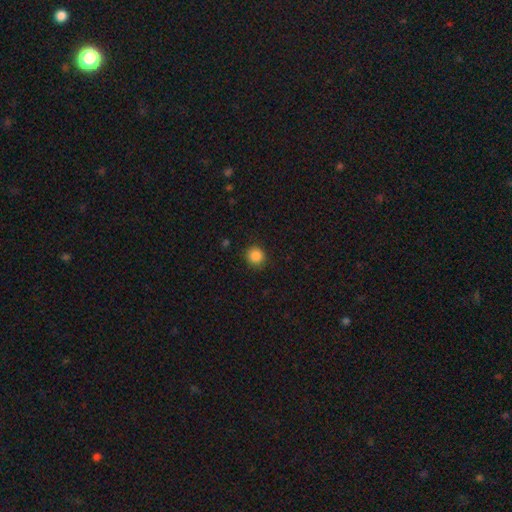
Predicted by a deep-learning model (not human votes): smooth-or-featured: smooth: 87% | star or artifact: 10% | featured or disk: 3%
  how-rounded: round: 92% | in between: 8% | cigar-shaped: 1%
  merging: none: 90% | minor disturbance: 7% | major disturbance: 2% | merger: 1%